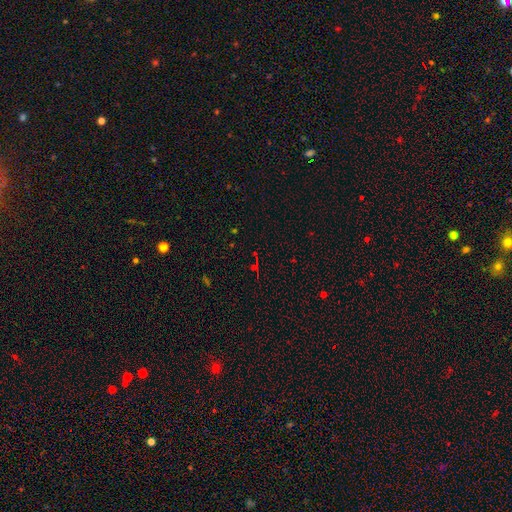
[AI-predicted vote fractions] This appears to be a star or artifact, not a galaxy (66%).